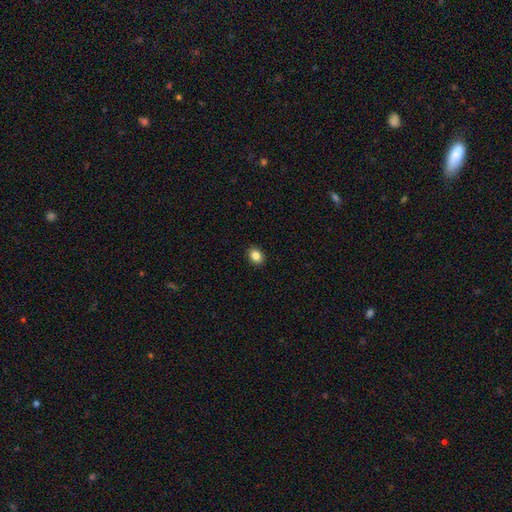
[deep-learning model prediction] This is clearly a smooth galaxy (86%). How rounded: likely in between (60%). Merging: clearly none (91%).